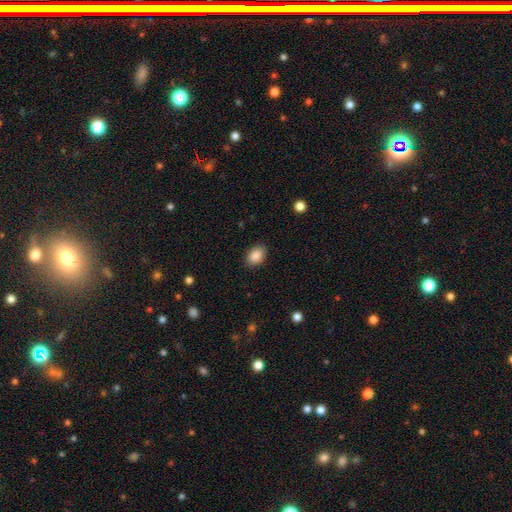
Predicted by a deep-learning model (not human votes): Smooth or featured?
  - smooth: 88% *
  - star or artifact: 8%
  - featured or disk: 4%
How rounded?
  - in between: 78% *
  - round: 21%
  - cigar-shaped: 1%
Merging?
  - none: 87% *
  - minor disturbance: 9%
  - major disturbance: 2%
  - merger: 1%